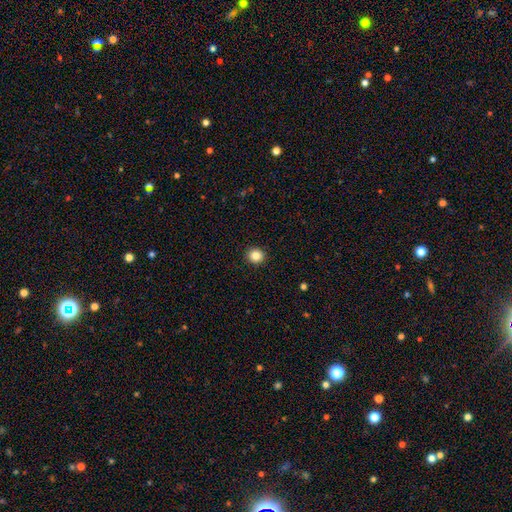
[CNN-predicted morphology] smooth 85%, star or artifact 10%, featured or disk 5%. Down the decision tree: how rounded — round (89%); merging — none (93%).